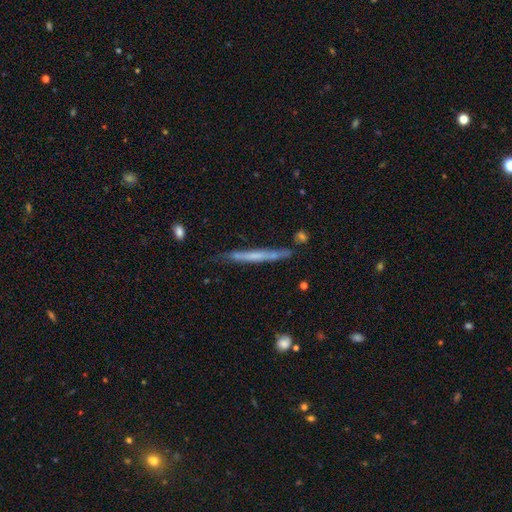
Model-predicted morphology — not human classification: type=featured or disk (52%); edge-on=yes (94%); merging=none (77%).